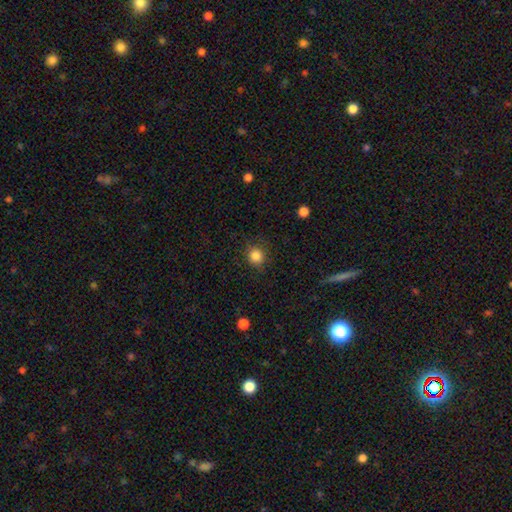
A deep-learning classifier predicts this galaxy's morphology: smooth_or_featured: smooth (p=0.85) [alt: star or artifact p=0.11]
how_rounded: round (p=0.90) [alt: in between p=0.10]
merging: none (p=0.85) [alt: minor disturbance p=0.10]